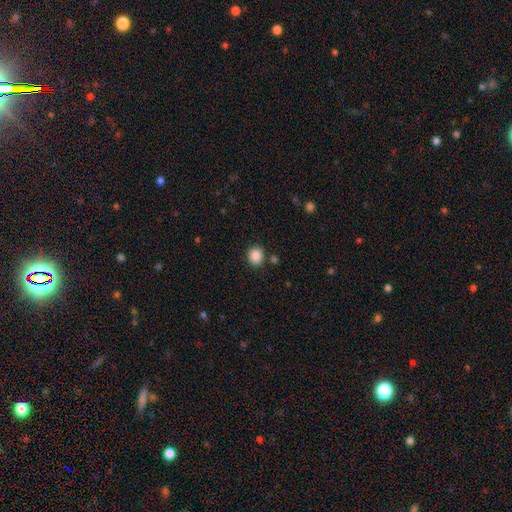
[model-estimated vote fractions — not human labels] This appears to be a smooth galaxy with no disk features (88%) that is round (71%). Merging: none (84%).